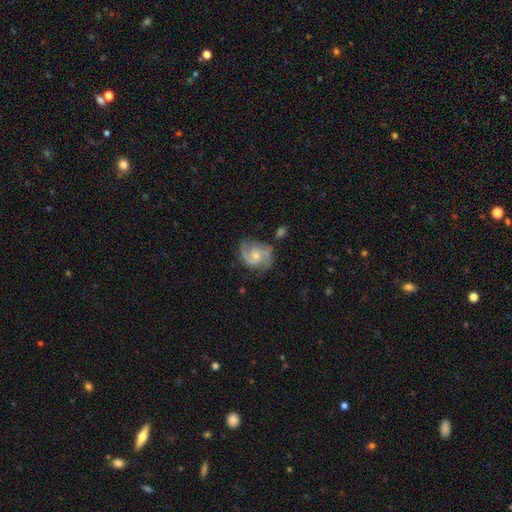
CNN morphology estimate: A featured or disk galaxy (83%) with no bar (60%), 2 (82%) medium (53%) spiral arms (97%) and a small central bulge (47%).

Vote fractions:
- Smooth or featured? featured or disk: 83% / smooth: 11% / star or artifact: 6%
- Edge-on disk? no: 98% / yes: 2%
- Bar? no: 60% / weak: 35% / strong: 6%
- Spiral arms? yes: 97% / no: 3%
- Spiral winding? medium: 53% / tight: 30% / loose: 17%
- Spiral arm count? 2: 82% / 3: 7% / can't tell: 5% / 1: 2% / 4: 1% / more than 4: 1%
- Bulge size? small: 47% / moderate: 45% / none: 4% / large: 2% / dominant: 1%
- Merging? none: 70% / minor disturbance: 20% / major disturbance: 7% / merger: 4%